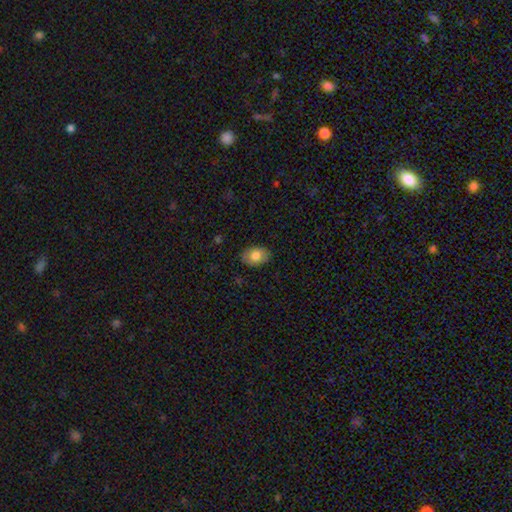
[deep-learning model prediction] A smooth galaxy with no disk features (78%) that is in between round and cigar-shaped (82%).

Vote fractions:
- Smooth or featured? smooth: 78% / featured or disk: 15% / star or artifact: 7%
- How rounded? in between: 82% / round: 17% / cigar-shaped: 1%
- Merging? none: 86% / minor disturbance: 10% / major disturbance: 2% / merger: 1%